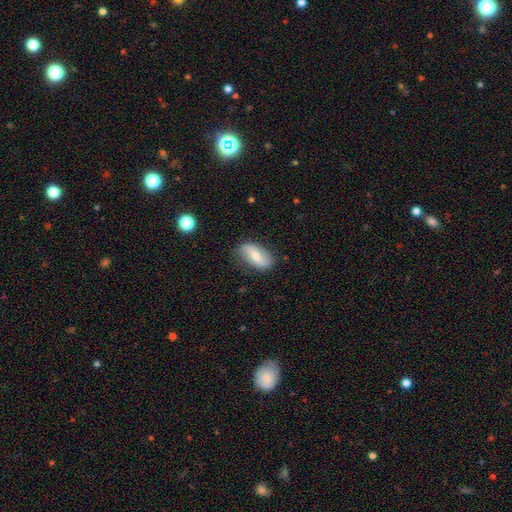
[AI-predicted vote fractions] smooth_or_featured: featured or disk (p=0.55) [alt: smooth p=0.39]
disk_edge_on: no (p=0.91) [alt: yes p=0.09]
merging: none (p=0.80) [alt: minor disturbance p=0.15]